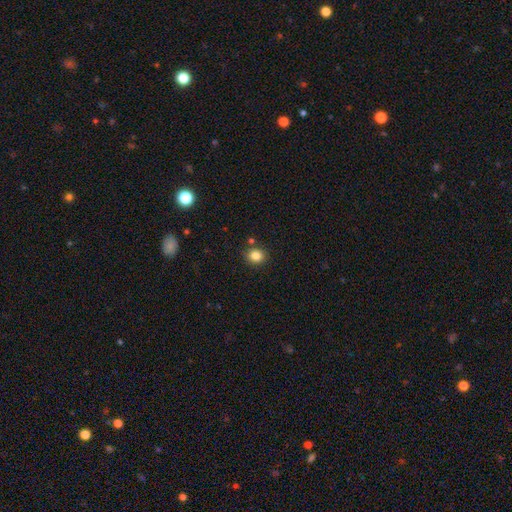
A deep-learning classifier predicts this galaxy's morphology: Smooth or featured? smooth (83%)
How rounded? round (77%)
Merging? none (84%)